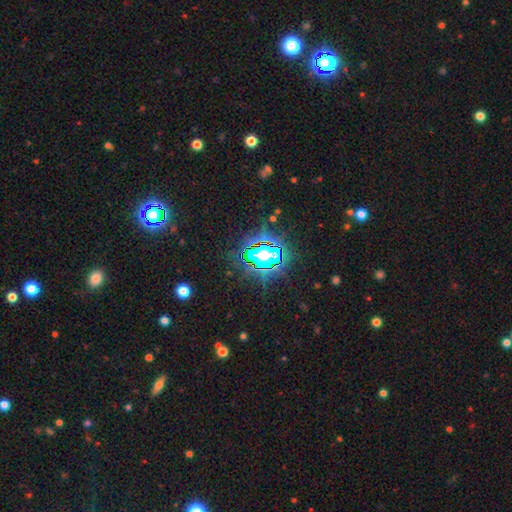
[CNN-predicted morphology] The model was most divided on "smooth or featured": star or artifact: 82%, smooth: 10%, featured or disk: 7%.